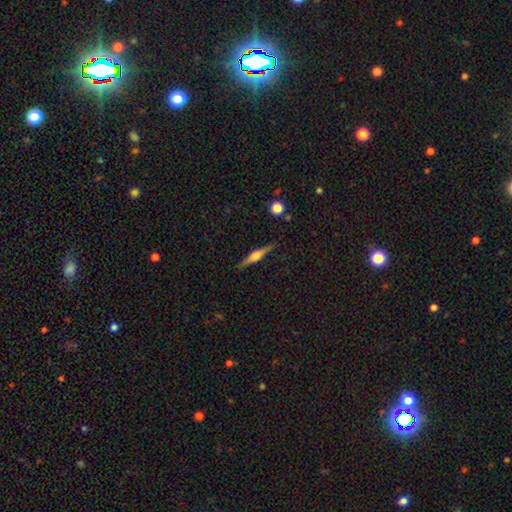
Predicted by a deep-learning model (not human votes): featured or disk 70%, smooth 23%, star or artifact 6%. Down the decision tree: edge-on disk — yes (98%); edge-on bulge — rounded (83%); merging — none (89%).